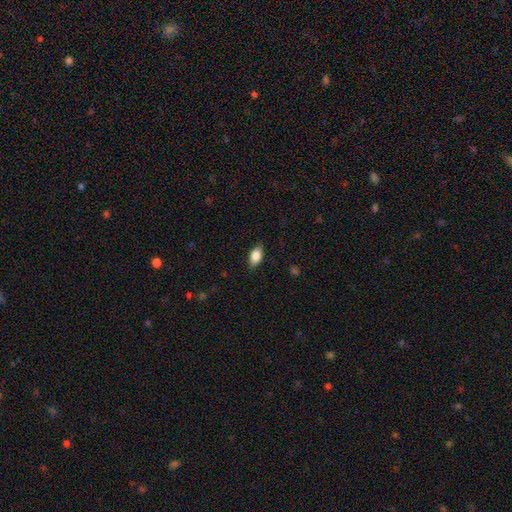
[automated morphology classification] The model was most divided on "smooth or featured": smooth: 82%, featured or disk: 11%, star or artifact: 7%. More confident: how rounded — in between (89%); merging — none (85%).